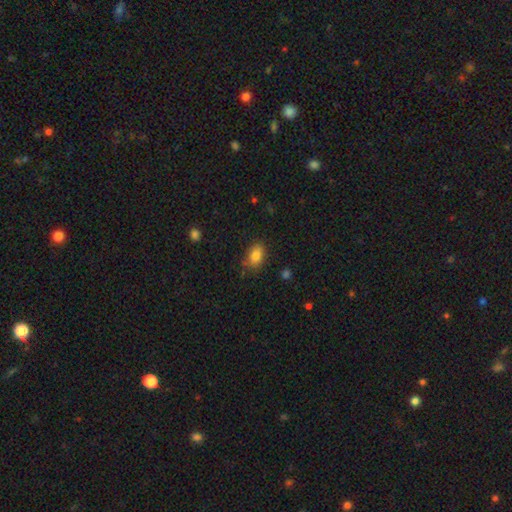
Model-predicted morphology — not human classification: The model was most divided on "merging": none: 78%, minor disturbance: 16%, major disturbance: 4%, merger: 2%. More confident: smooth or featured — smooth (84%); how rounded — in between (81%).